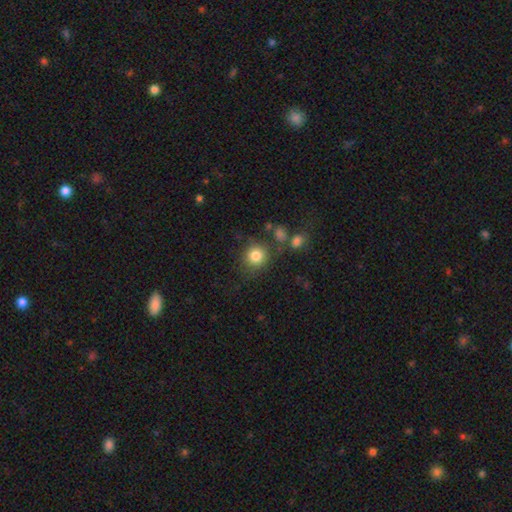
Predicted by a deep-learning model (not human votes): Overall: smooth (82%). How rounded: round (90%). Merging: none (76%).